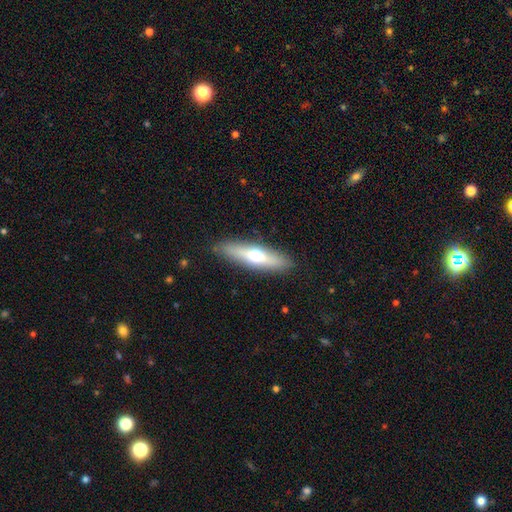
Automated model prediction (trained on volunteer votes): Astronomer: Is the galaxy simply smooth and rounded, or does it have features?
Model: smooth — 48% (runner-up: featured or disk, 46%).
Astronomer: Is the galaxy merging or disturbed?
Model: none — 88%.